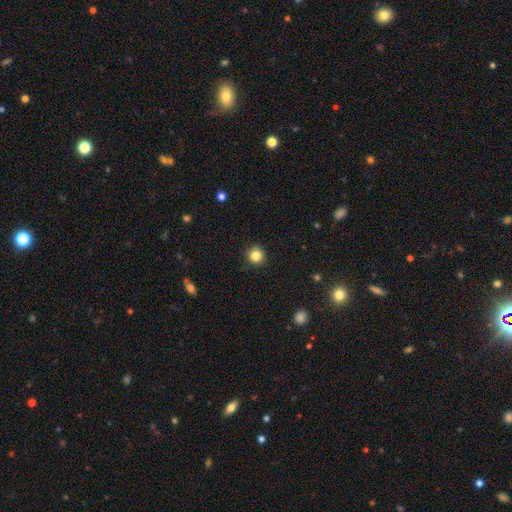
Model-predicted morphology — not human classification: smooth 83%, star or artifact 12%, featured or disk 6%. Down the decision tree: how rounded — round (93%); merging — none (88%).